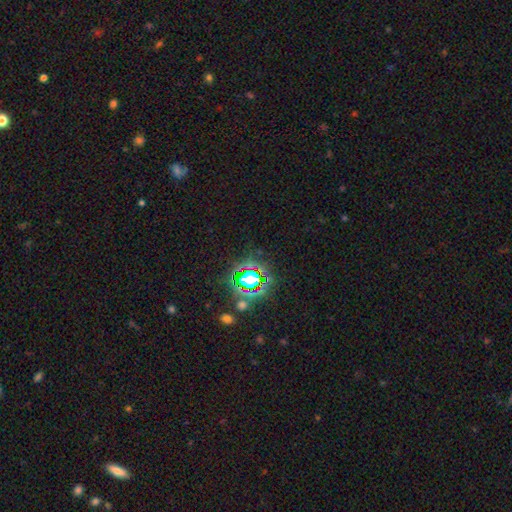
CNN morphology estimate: The model was most divided on "smooth or featured": star or artifact: 80%, smooth: 13%, featured or disk: 8%.